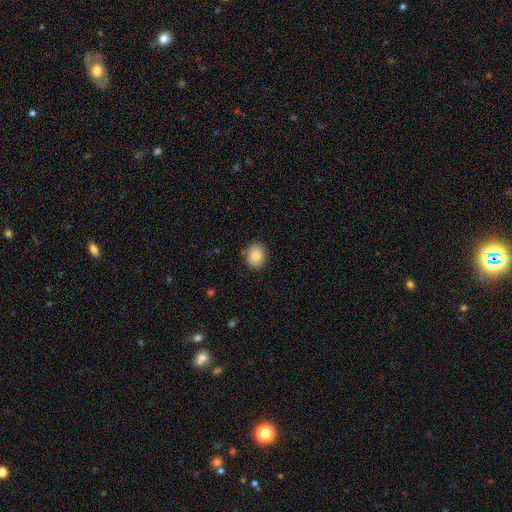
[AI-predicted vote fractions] Morphology: type=smooth (88%); roundness=in between (62%); merging=none (86%).